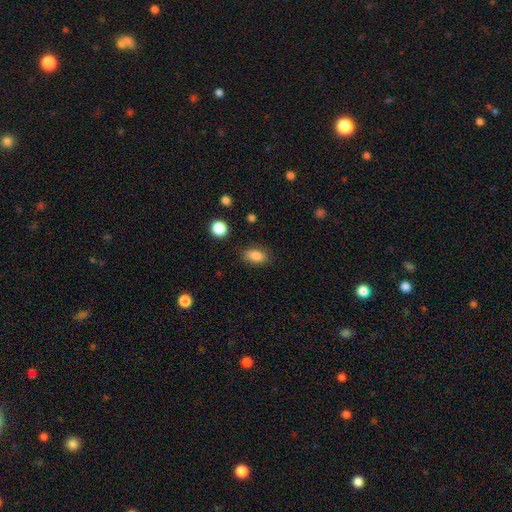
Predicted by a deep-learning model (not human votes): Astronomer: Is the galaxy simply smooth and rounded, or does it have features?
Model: smooth — 84%.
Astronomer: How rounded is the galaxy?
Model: in between — 85%.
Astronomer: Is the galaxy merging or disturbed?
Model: none — 84%.